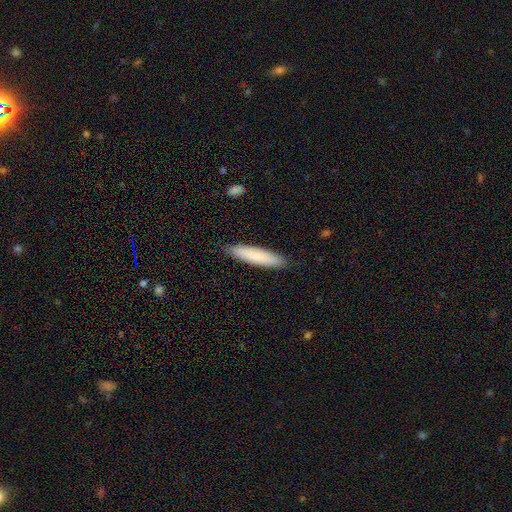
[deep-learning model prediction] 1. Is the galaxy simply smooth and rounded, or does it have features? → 83% smooth, 12% featured or disk, 5% star or artifact.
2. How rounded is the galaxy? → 82% cigar-shaped, 17% in between, 1% round.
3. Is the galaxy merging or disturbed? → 89% none, 8% minor disturbance, 2% major disturbance, 1% merger.